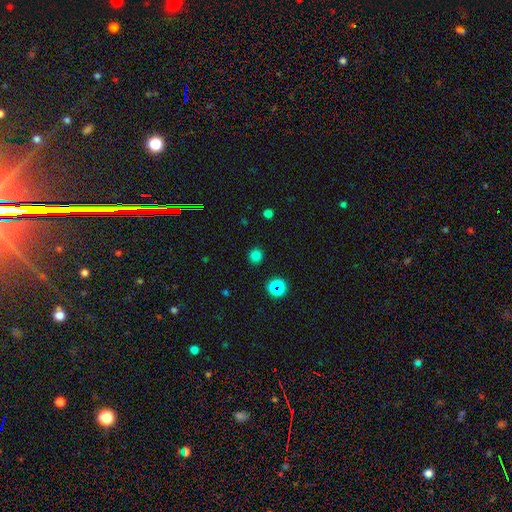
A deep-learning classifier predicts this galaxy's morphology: type=smooth (77%); roundness=round (92%); merging=none (90%).